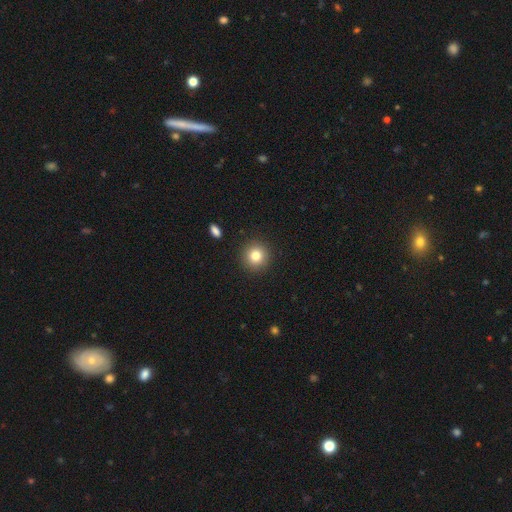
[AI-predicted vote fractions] A smooth galaxy with no disk features (81%) that is round (94%). Merging: none (91%).